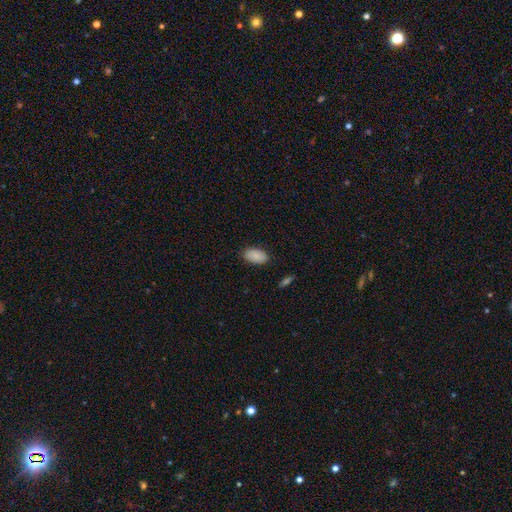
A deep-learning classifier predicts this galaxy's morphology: A smooth galaxy with no disk features (88%) that is in between round and cigar-shaped (94%). Merging: none (85%).